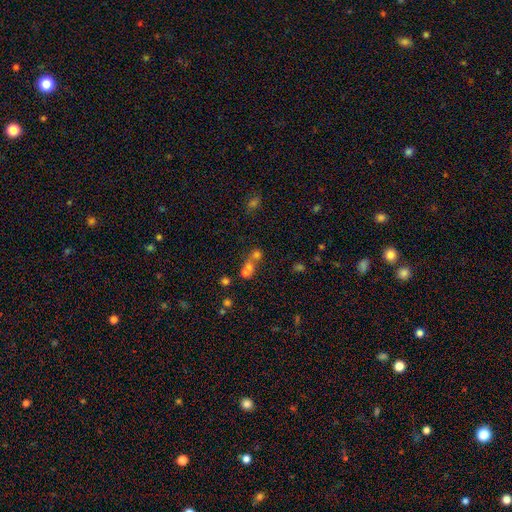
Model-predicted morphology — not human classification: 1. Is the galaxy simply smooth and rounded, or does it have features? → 54% smooth, 28% star or artifact, 18% featured or disk.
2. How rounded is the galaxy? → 72% round, 25% in between, 3% cigar-shaped.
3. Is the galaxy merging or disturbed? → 54% merger, 35% none, 6% minor disturbance, 5% major disturbance.